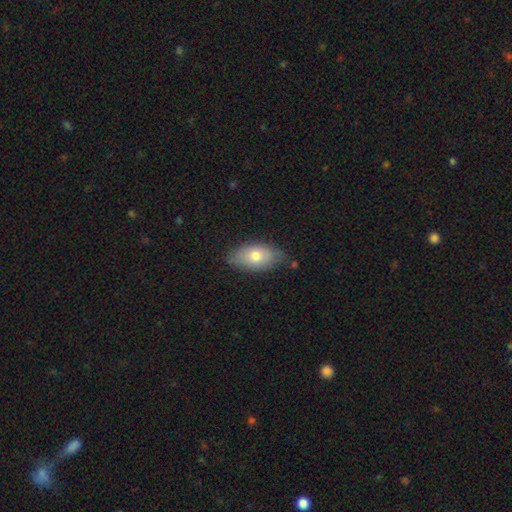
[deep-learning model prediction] Q: Smooth or featured?
A: smooth (72%); runner-up: featured or disk (21%)
Q: How rounded?
A: in between (90%); runner-up: round (6%)
Q: Merging?
A: none (77%); runner-up: minor disturbance (18%)